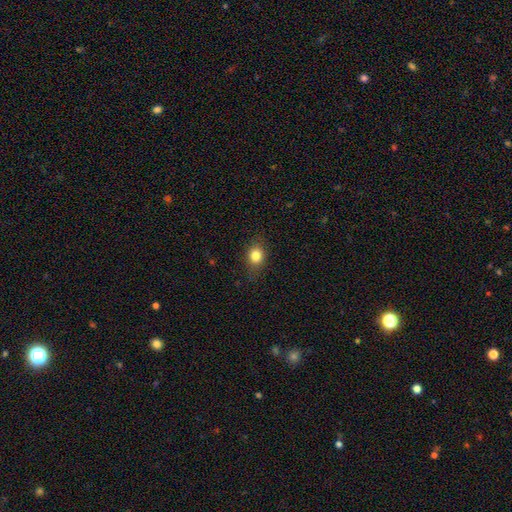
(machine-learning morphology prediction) This is clearly a smooth galaxy (81%). How rounded: possibly round (53%). Merging: clearly none (81%).